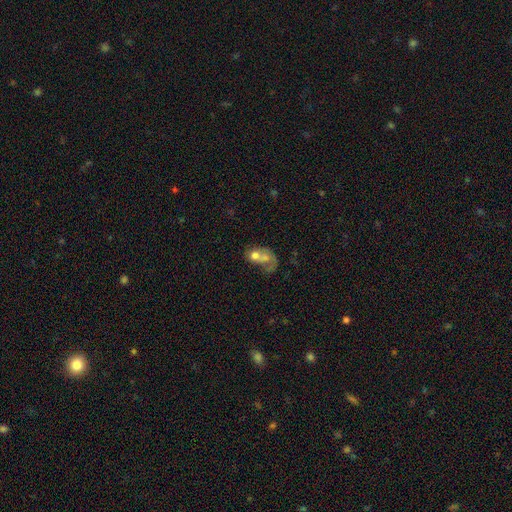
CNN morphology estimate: Q: Smooth or featured?
A: smooth (57%); runner-up: featured or disk (33%)
Q: How rounded?
A: in between (61%); runner-up: round (37%)
Q: Merging?
A: merger (62%); runner-up: major disturbance (18%)